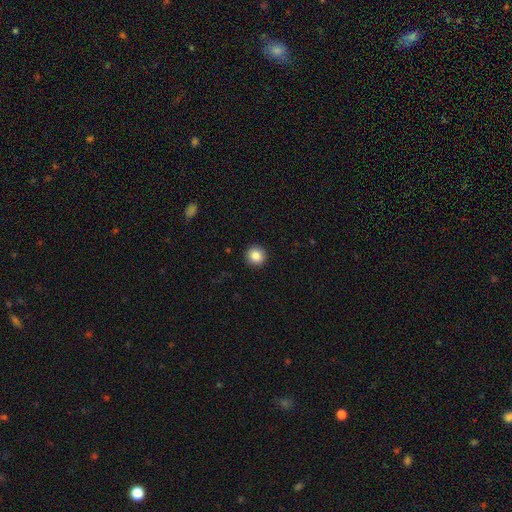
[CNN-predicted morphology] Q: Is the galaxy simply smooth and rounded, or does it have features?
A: smooth — 85%.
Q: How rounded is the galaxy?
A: round — 95%.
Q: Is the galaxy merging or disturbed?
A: none — 93%.